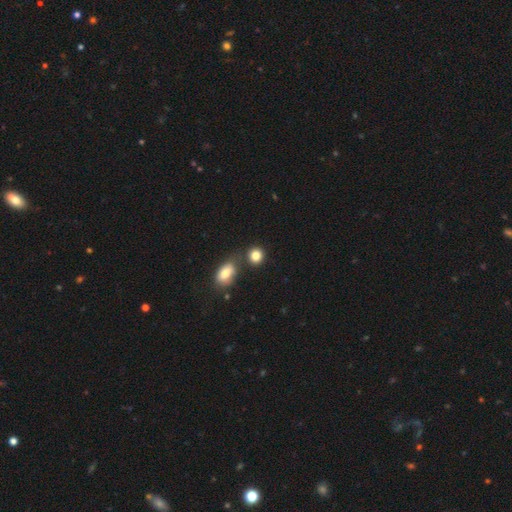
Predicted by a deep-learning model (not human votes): Q: Smooth or featured?
A: smooth (84%); runner-up: star or artifact (10%)
Q: How rounded?
A: round (81%); runner-up: in between (18%)
Q: Merging?
A: none (69%); runner-up: merger (17%)